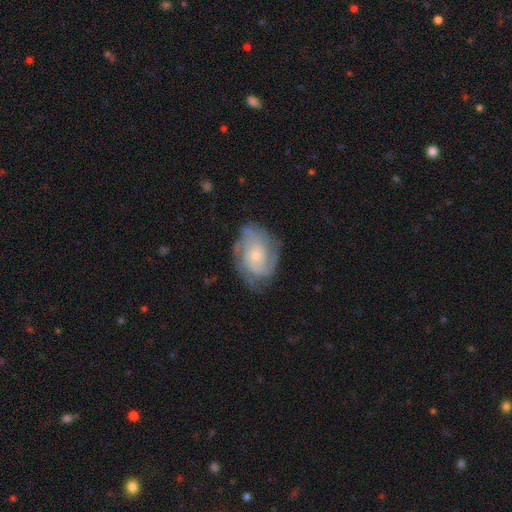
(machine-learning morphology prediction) Smooth or featured? featured or disk (81%)
Edge-on disk? no (97%)
Bar? no (72%)
Spiral arms? yes (94%)
Spiral winding? tight (55%)
Spiral arm count? 2 (31%)
Bulge size? small (61%)
Merging? none (71%)